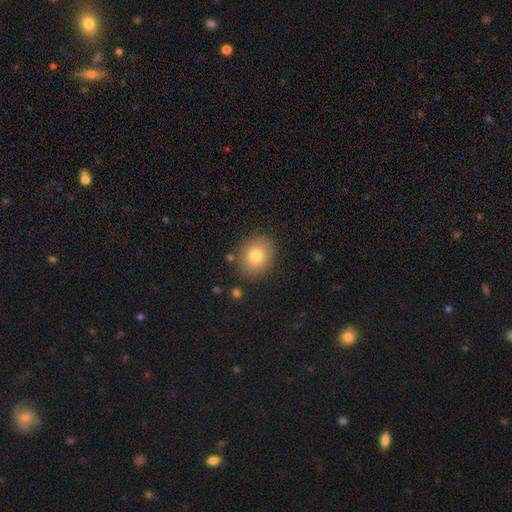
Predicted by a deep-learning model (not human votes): Q: Smooth or featured?
A: smooth (77%); runner-up: featured or disk (12%)
Q: How rounded?
A: round (61%); runner-up: in between (38%)
Q: Merging?
A: none (86%); runner-up: minor disturbance (9%)